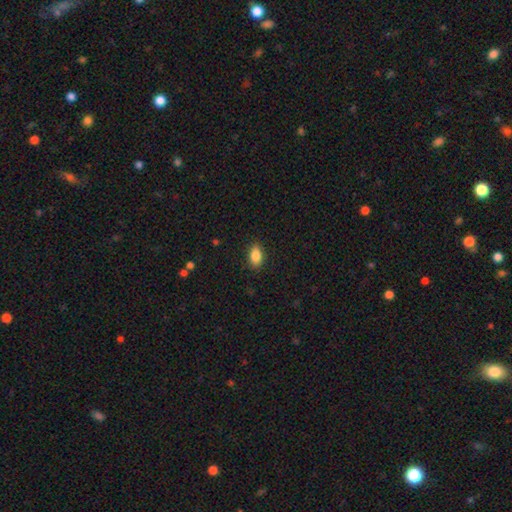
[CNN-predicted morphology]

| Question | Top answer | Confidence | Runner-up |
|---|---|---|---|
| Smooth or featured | smooth | 86% | star or artifact (8%) |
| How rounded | in between | 89% | round (7%) |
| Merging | none | 88% | minor disturbance (9%) |